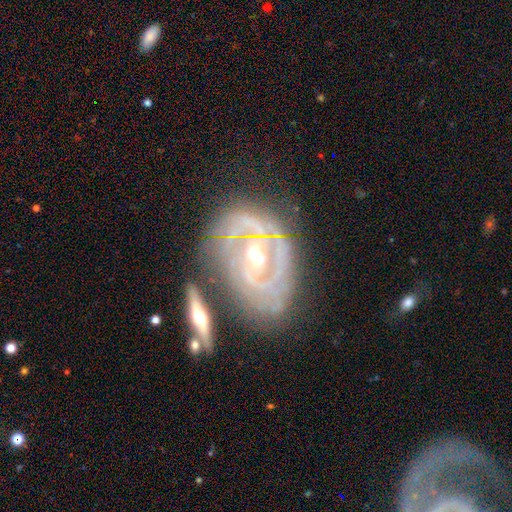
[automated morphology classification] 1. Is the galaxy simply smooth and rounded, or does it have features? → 88% featured or disk, 6% smooth, 5% star or artifact.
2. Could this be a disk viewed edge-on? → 95% no, 5% yes.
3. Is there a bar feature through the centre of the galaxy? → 47% no, 36% weak, 16% strong.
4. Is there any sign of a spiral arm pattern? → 91% yes, 9% no.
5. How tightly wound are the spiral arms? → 63% tight, 29% medium, 8% loose.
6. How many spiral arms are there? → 42% 2, 27% can't tell, 16% 3, 6% 1, 5% 4, 4% more than 4.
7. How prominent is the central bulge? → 58% moderate, 36% small, 3% large, 1% none, 1% dominant.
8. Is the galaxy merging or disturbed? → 53% none, 22% minor disturbance, 14% major disturbance, 10% merger.